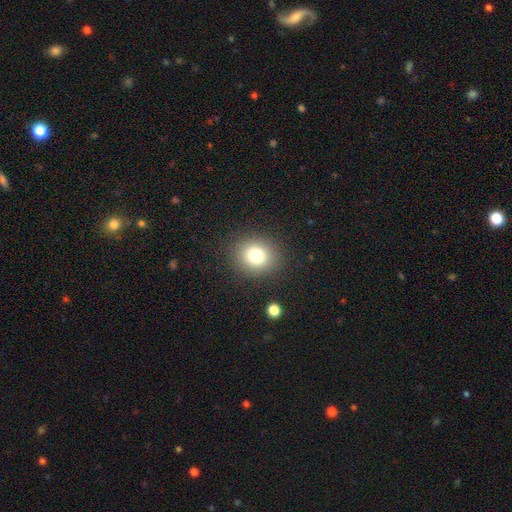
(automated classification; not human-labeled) A smooth galaxy with no disk features (78%) that is round (78%).

Vote fractions:
- Smooth or featured? smooth: 78% / star or artifact: 13% / featured or disk: 9%
- How rounded? round: 78% / in between: 21% / cigar-shaped: 1%
- Merging? none: 88% / minor disturbance: 7% / major disturbance: 3% / merger: 1%